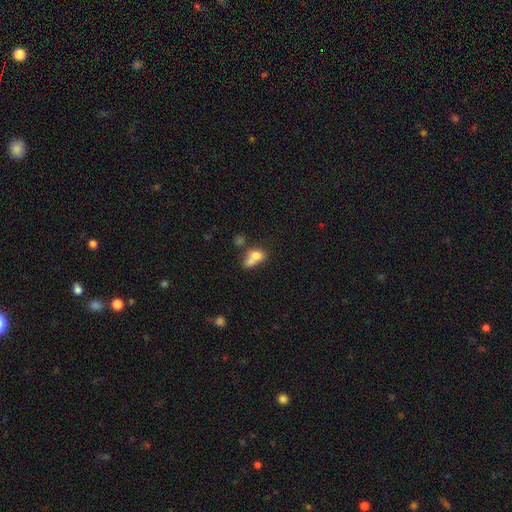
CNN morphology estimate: smooth 71%, featured or disk 18%, star or artifact 10%. Down the decision tree: how rounded — in between (53%); merging — merger (62%).